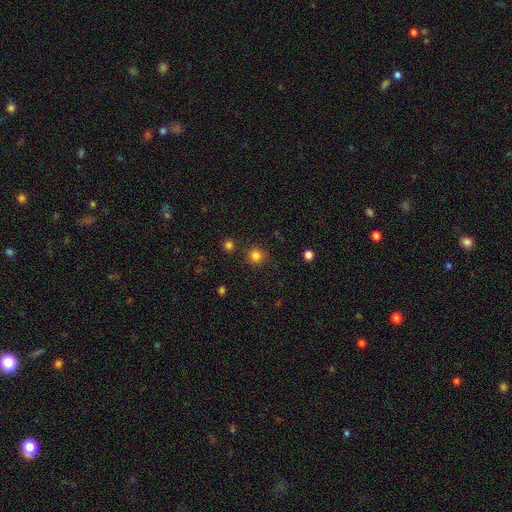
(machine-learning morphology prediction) Q: Smooth or featured?
A: smooth (82%); runner-up: star or artifact (14%)
Q: How rounded?
A: round (93%); runner-up: in between (6%)
Q: Merging?
A: none (86%); runner-up: minor disturbance (7%)